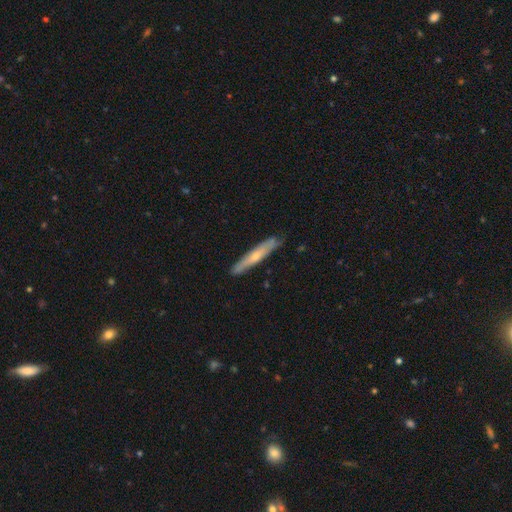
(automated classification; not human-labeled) smooth-or-featured: smooth: 49% | featured or disk: 46% | star or artifact: 5%
  merging: none: 84% | minor disturbance: 13% | major disturbance: 2% | merger: 1%